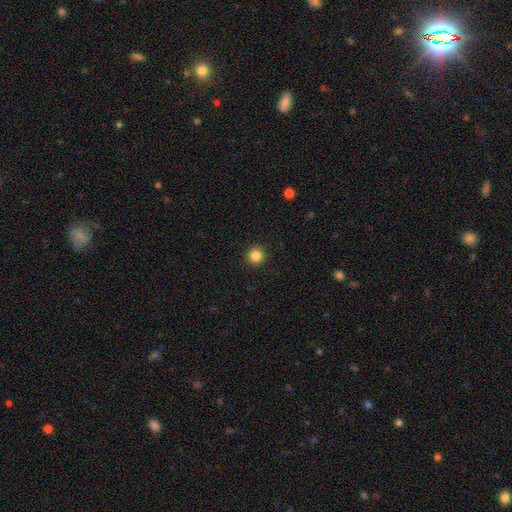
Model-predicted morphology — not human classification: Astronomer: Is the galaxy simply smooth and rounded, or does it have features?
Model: smooth — 85%.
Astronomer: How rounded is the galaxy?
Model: round — 94%.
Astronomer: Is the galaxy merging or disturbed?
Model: none — 92%.